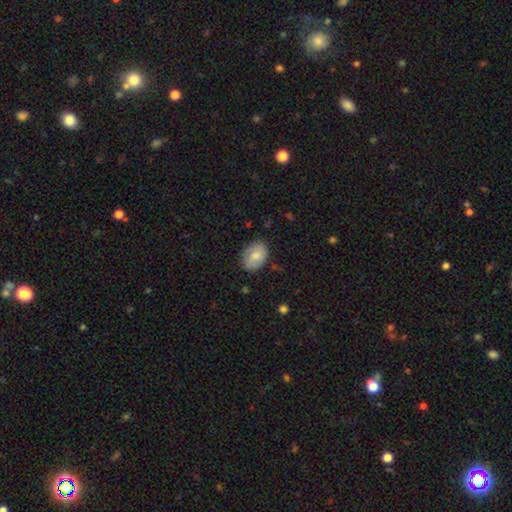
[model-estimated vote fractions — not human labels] Smooth or featured: smooth — 79% (featured or disk — 14%)
How rounded: in between — 78% (round — 21%)
Merging: none — 80% (minor disturbance — 15%)